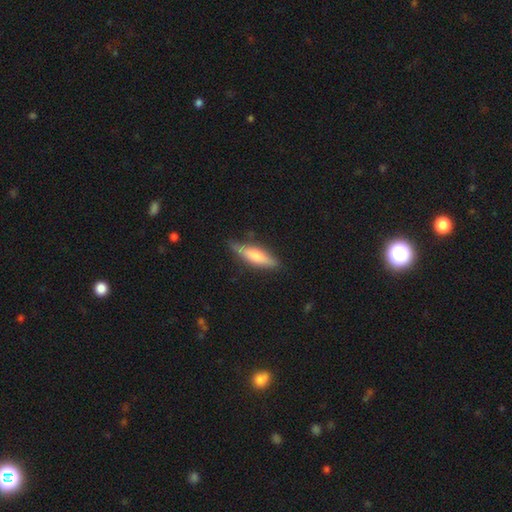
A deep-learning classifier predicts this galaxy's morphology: Smooth or featured: smooth — 50% (featured or disk — 43%)
How rounded: cigar-shaped — 70% (in between — 28%)
Merging: none — 78% (minor disturbance — 17%)